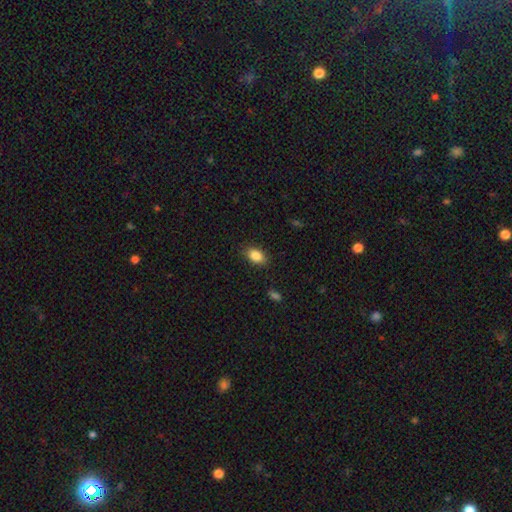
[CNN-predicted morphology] A smooth galaxy with no disk features (86%) that is in between round and cigar-shaped (86%). Merging: none (85%).